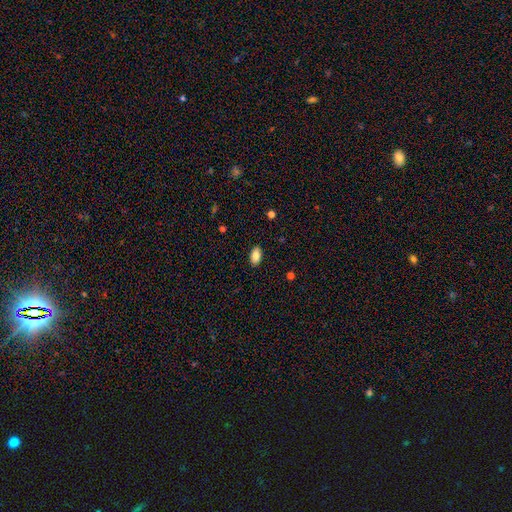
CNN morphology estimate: Smooth or featured: smooth — 86% (star or artifact — 8%)
How rounded: in between — 93% (round — 4%)
Merging: none — 89% (minor disturbance — 8%)